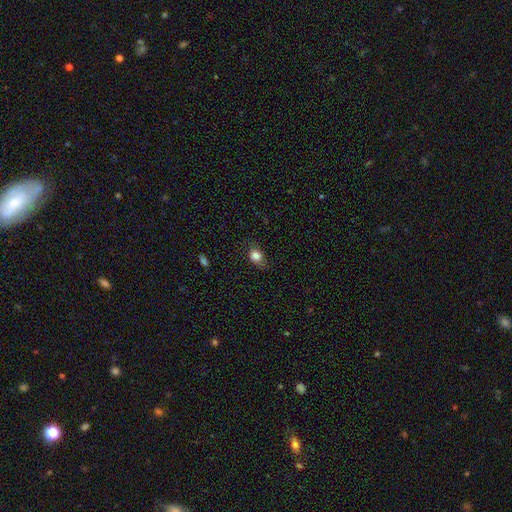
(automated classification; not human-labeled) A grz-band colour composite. It shows a smooth galaxy with no disk features (81%) that is in between round and cigar-shaped (53%). Merging: none (71%).